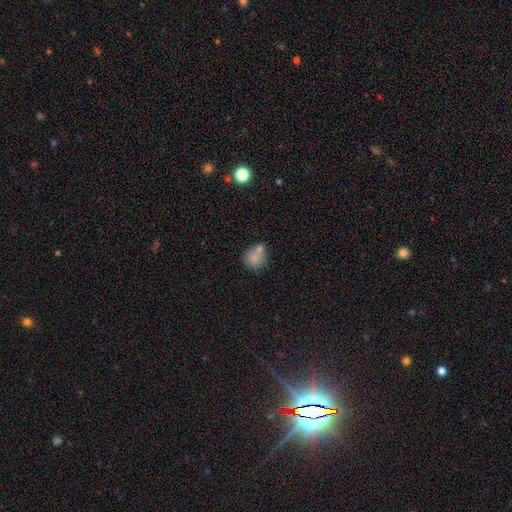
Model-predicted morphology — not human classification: Overall: smooth (76%). How rounded: round (79%). Merging: none (44%; merger 38%).